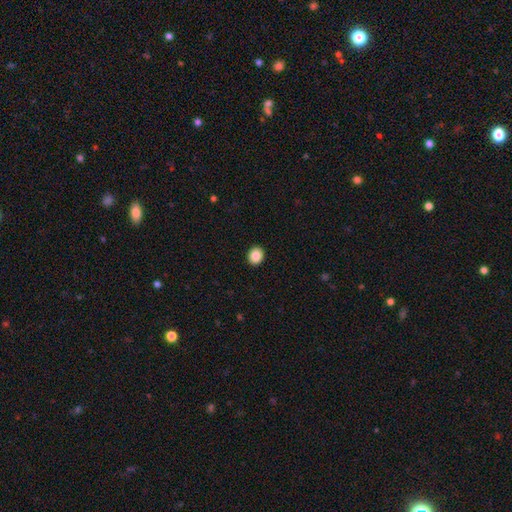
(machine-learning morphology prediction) Q: Smooth or featured?
A: smooth (87%); runner-up: star or artifact (9%)
Q: How rounded?
A: round (70%); runner-up: in between (29%)
Q: Merging?
A: none (92%); runner-up: minor disturbance (5%)